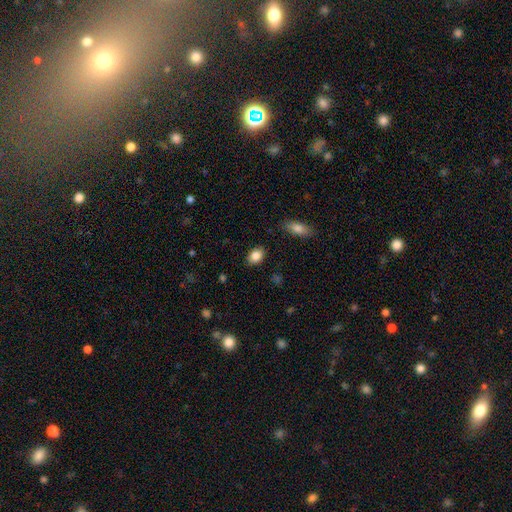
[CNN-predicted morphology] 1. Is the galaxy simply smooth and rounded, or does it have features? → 85% smooth, 8% star or artifact, 6% featured or disk.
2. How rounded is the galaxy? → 79% in between, 19% round, 1% cigar-shaped.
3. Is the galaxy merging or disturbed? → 86% none, 10% minor disturbance, 3% major disturbance, 1% merger.